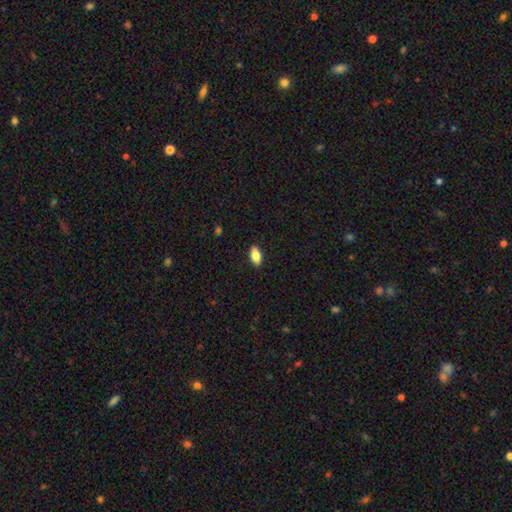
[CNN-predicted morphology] This appears to be a smooth galaxy with no disk features (81%) that is in between round and cigar-shaped (89%). Merging: none (90%).